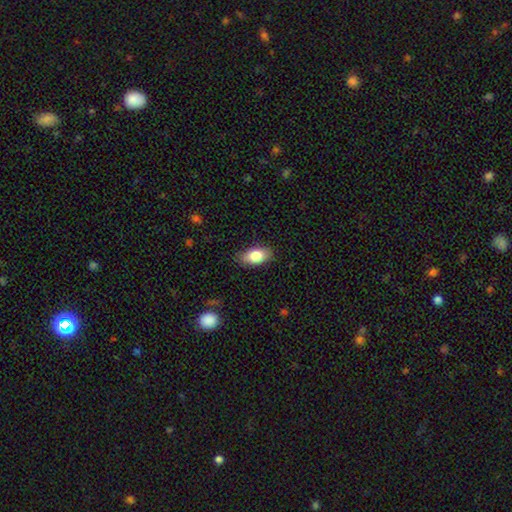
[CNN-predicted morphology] Smooth or featured? smooth (83%)
How rounded? in between (91%)
Merging? none (84%)